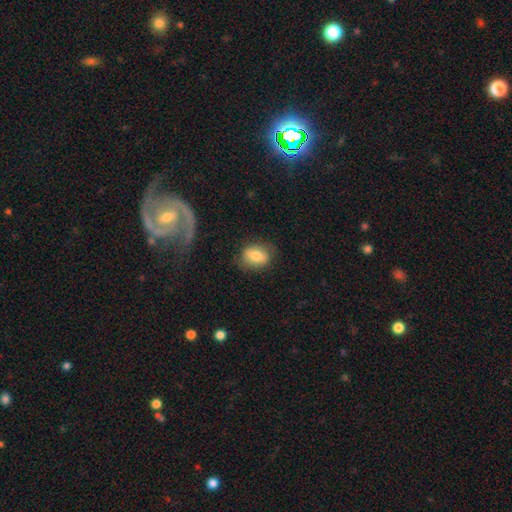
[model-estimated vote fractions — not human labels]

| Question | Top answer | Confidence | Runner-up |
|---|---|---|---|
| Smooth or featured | smooth | 73% | featured or disk (20%) |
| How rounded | in between | 70% | round (28%) |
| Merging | none | 74% | minor disturbance (18%) |